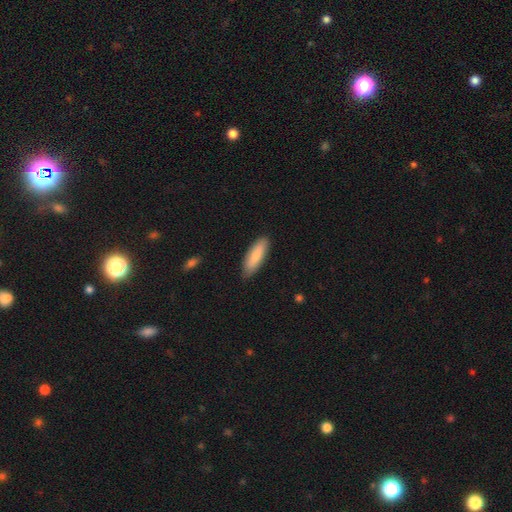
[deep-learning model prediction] smooth_or_featured: smooth (p=0.84) [alt: featured or disk p=0.11]
how_rounded: in between (p=0.58) [alt: cigar-shaped p=0.41]
merging: none (p=0.86) [alt: minor disturbance p=0.11]